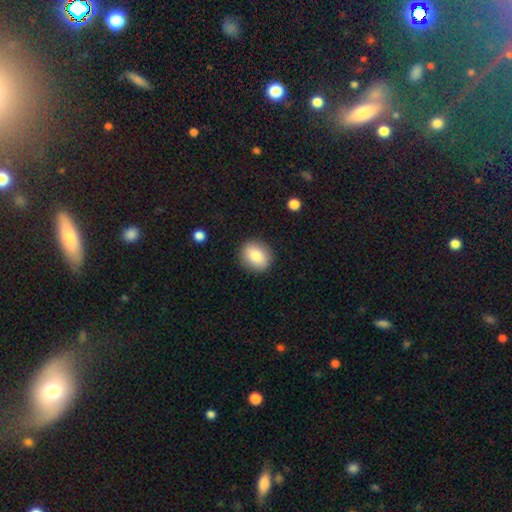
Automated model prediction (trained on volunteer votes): Q: Smooth or featured?
A: smooth (84%); runner-up: featured or disk (9%)
Q: How rounded?
A: round (62%); runner-up: in between (37%)
Q: Merging?
A: none (89%); runner-up: minor disturbance (8%)